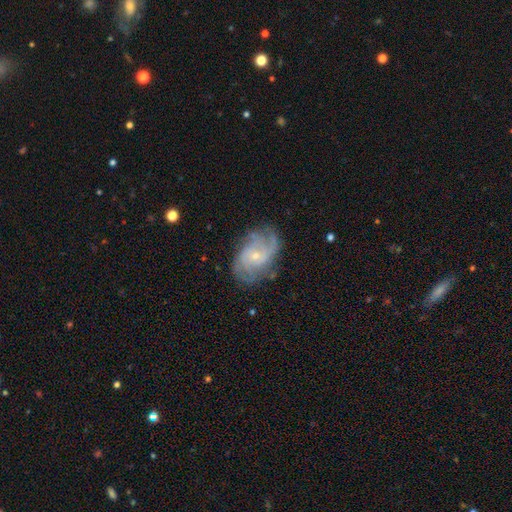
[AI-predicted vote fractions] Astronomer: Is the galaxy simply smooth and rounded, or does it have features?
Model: featured or disk — 83%.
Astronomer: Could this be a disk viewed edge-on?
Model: no — 97%.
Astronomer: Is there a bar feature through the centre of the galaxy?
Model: no — 71%.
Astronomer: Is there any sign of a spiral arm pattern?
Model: yes — 95%.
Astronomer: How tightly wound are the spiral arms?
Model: tight — 44% (runner-up: medium, 41%).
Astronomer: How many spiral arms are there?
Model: can't tell — 27%, tied with 2 at 27%.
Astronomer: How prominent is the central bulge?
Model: small — 76%.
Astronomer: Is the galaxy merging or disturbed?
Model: none — 71%.